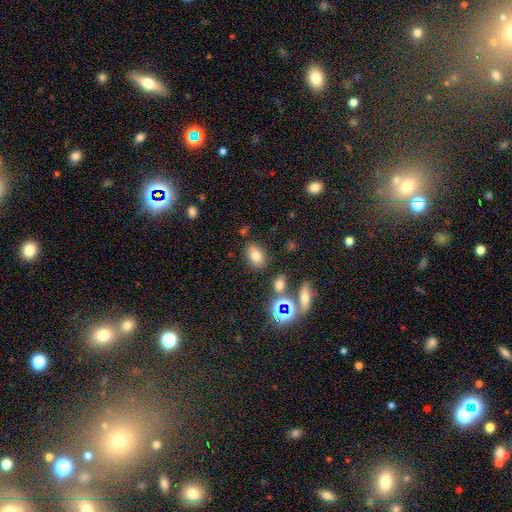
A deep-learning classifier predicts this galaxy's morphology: Smooth or featured? Predicted: smooth (p=0.73). How rounded? Predicted: in between (p=0.77). Merging? Predicted: none (p=0.78).